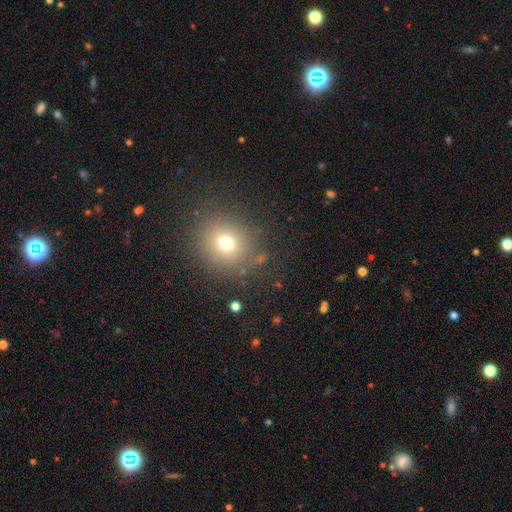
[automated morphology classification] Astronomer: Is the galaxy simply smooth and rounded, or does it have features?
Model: smooth — 63%.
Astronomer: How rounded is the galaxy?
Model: round — 83%.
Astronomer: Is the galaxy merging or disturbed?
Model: none — 87%.